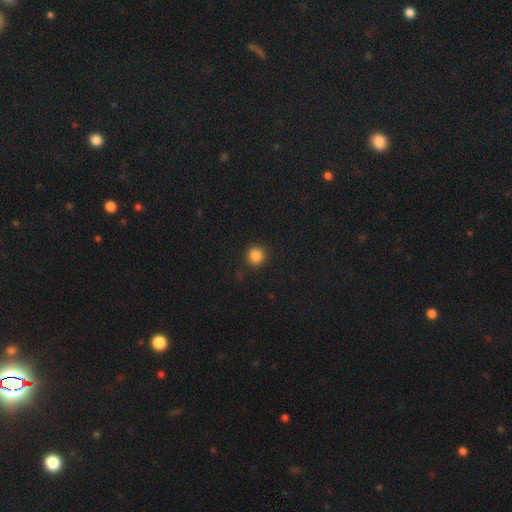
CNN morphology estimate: smooth-or-featured: smooth: 85% | star or artifact: 12% | featured or disk: 3%
  how-rounded: round: 93% | in between: 6% | cigar-shaped: 1%
  merging: none: 90% | minor disturbance: 7% | major disturbance: 2% | merger: 1%